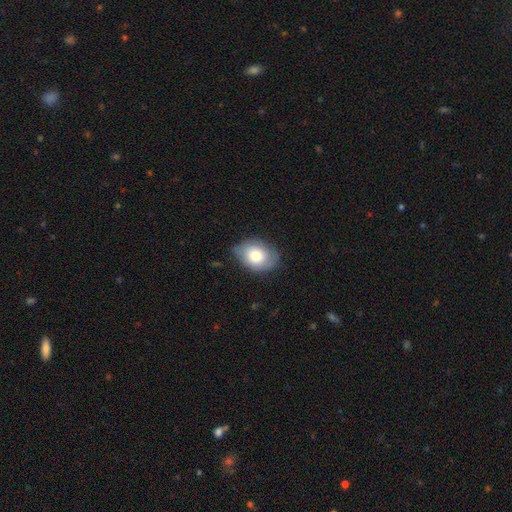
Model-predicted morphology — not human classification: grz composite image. It shows a smooth galaxy with no disk features (75%) that is in between round and cigar-shaped (73%). Merging: none (71%).